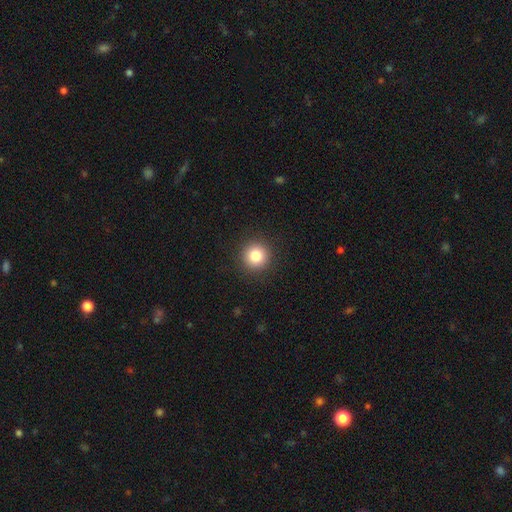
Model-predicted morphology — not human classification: A smooth galaxy with no disk features (83%) that is round (95%).

Vote fractions:
- Smooth or featured? smooth: 83% / star or artifact: 11% / featured or disk: 6%
- How rounded? round: 95% / in between: 4% / cigar-shaped: 1%
- Merging? none: 92% / minor disturbance: 5% / major disturbance: 2% / merger: 1%